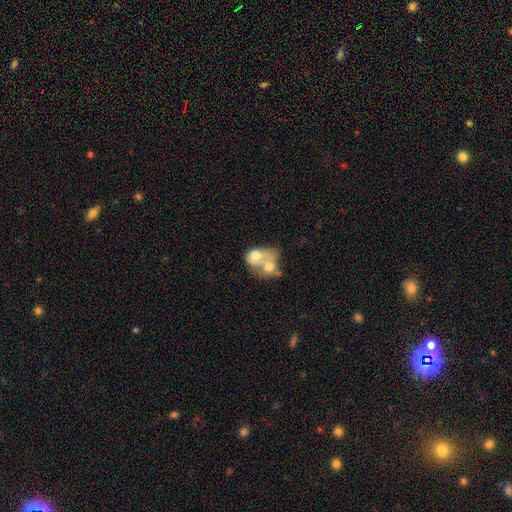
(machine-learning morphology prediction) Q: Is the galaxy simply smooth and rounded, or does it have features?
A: smooth — 61%.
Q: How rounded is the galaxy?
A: in between — 55%.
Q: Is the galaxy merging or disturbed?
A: merger — 79%.